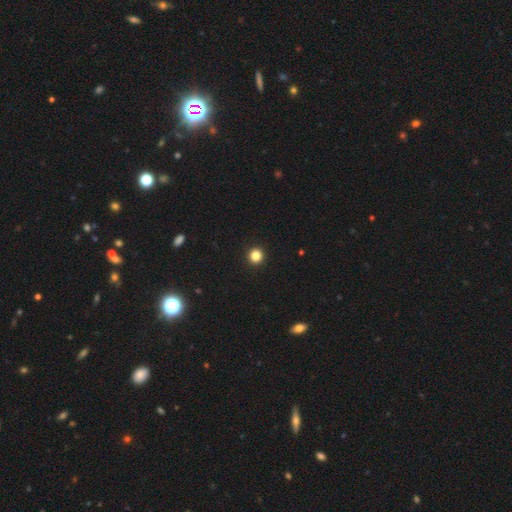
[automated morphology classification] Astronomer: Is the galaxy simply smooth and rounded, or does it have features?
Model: smooth — 84%.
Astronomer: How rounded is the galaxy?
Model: round — 94%.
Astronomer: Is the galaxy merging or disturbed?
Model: none — 94%.